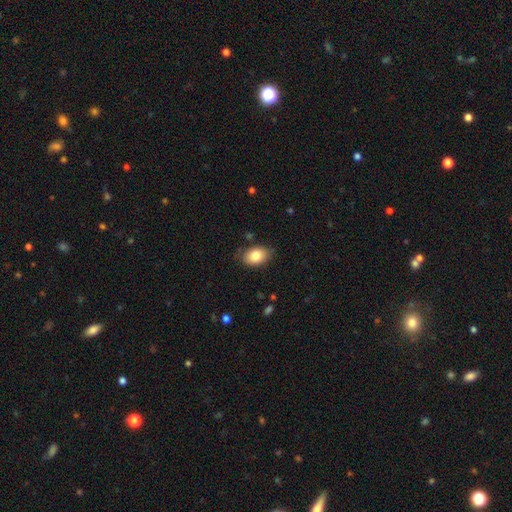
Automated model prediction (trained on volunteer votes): Smooth or featured? smooth (82%)
How rounded? in between (87%)
Merging? none (81%)